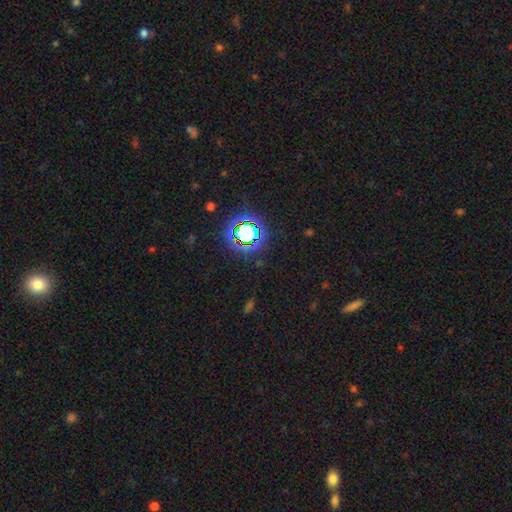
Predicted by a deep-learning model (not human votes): Morphology: type=star or artifact (78%).